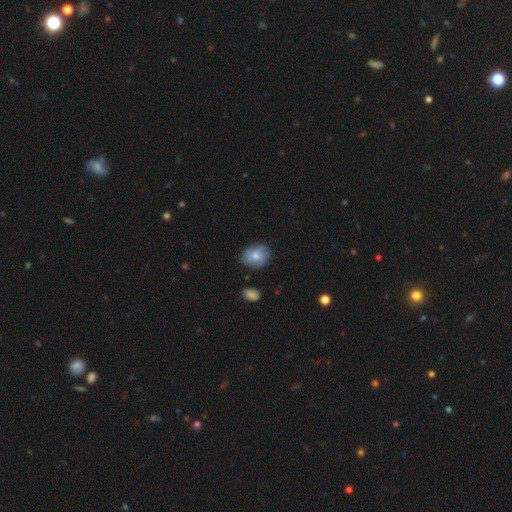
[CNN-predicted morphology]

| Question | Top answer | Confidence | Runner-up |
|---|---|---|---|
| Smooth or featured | smooth | 66% | featured or disk (27%) |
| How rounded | in between | 68% | round (31%) |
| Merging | none | 72% | minor disturbance (22%) |